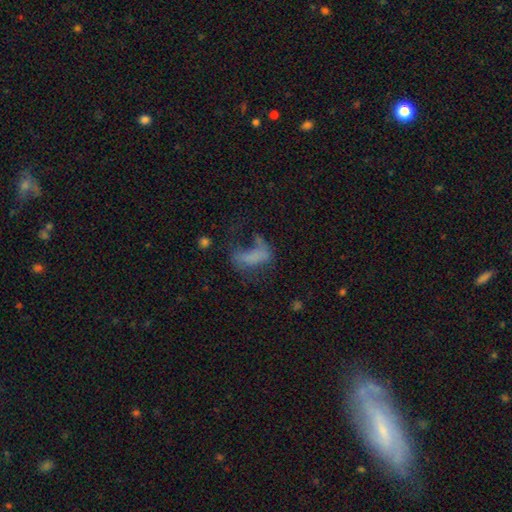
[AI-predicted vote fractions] Q: Smooth or featured?
A: smooth (51%); runner-up: featured or disk (33%)
Q: How rounded?
A: in between (79%); runner-up: cigar-shaped (14%)
Q: Merging?
A: major disturbance (51%); runner-up: none (23%)